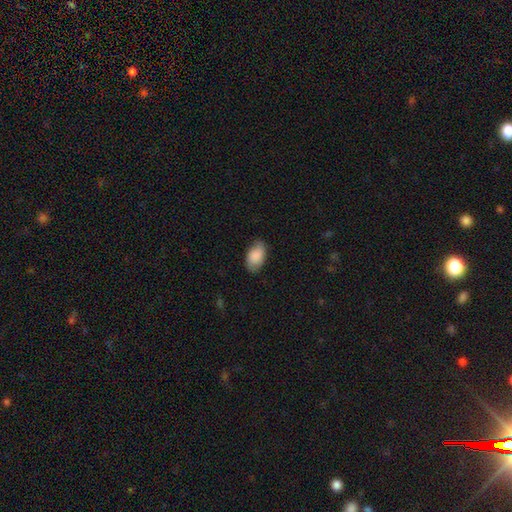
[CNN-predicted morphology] This appears to be a smooth galaxy with no disk features (84%) that is in between round and cigar-shaped (93%). Merging: none (77%).